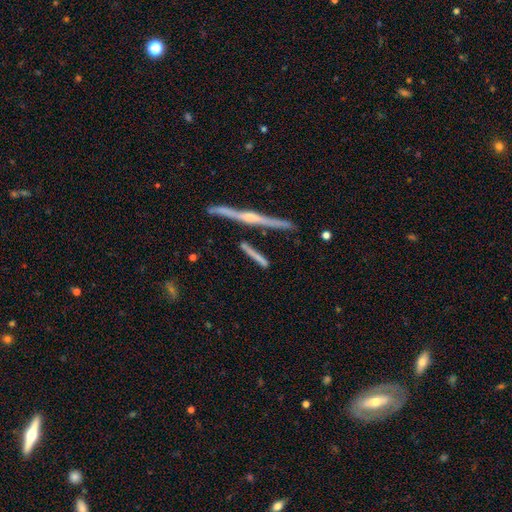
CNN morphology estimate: type=featured or disk (64%); edge-on=yes (94%); edge-on bulge=rounded (64%); merging=none (76%).